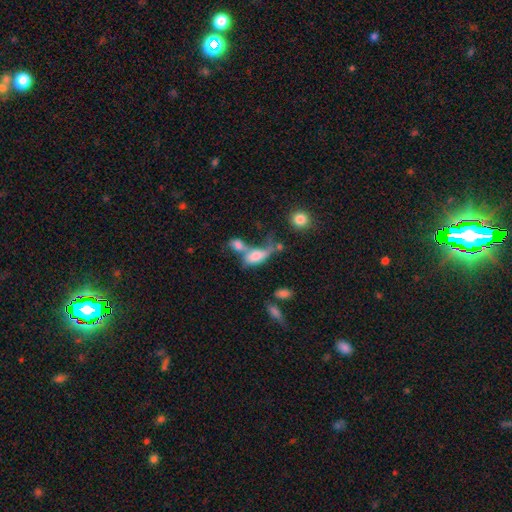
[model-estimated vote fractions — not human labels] Smooth or featured: smooth — 67% (featured or disk — 23%)
How rounded: in between — 81% (cigar-shaped — 13%)
Merging: merger — 56% (major disturbance — 18%)